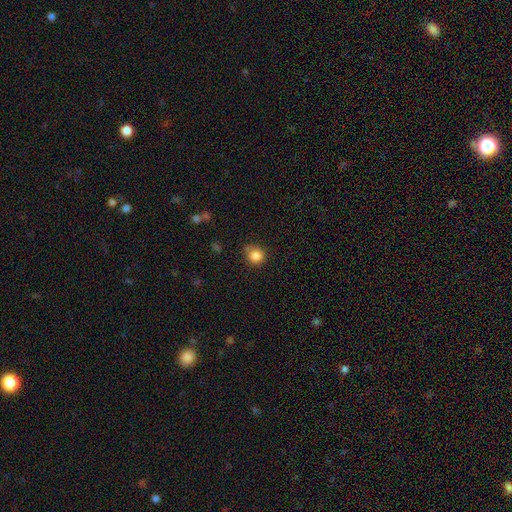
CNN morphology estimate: smooth-or-featured: smooth: 85% | star or artifact: 11% | featured or disk: 4%
  how-rounded: round: 88% | in between: 11% | cigar-shaped: 1%
  merging: none: 69% | minor disturbance: 22% | major disturbance: 5% | merger: 4%